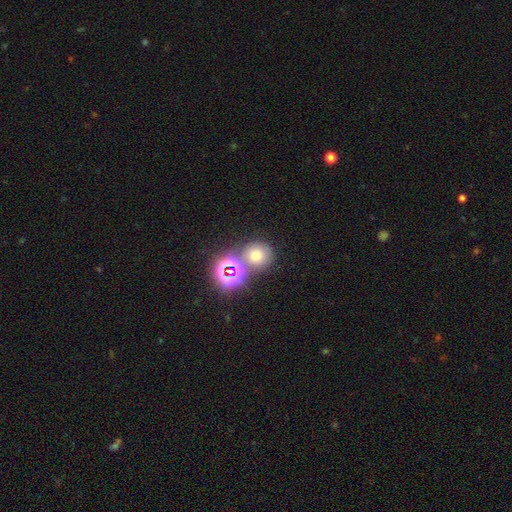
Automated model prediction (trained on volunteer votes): smooth 64%, star or artifact 27%, featured or disk 8%. Down the decision tree: how rounded — round (85%); merging — none (64%).